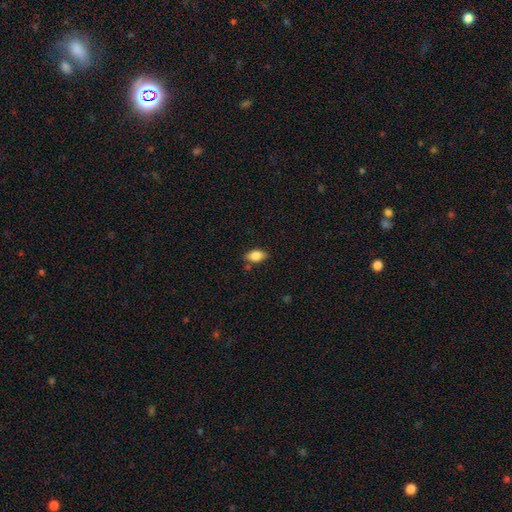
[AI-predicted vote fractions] The model was most divided on "merging": none: 80%, minor disturbance: 14%, merger: 4%, major disturbance: 3%. More confident: how rounded — in between (90%); smooth or featured — smooth (83%).